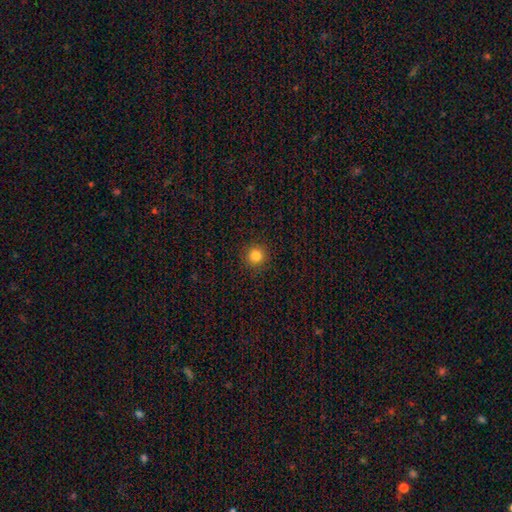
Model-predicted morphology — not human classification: type=smooth (84%); roundness=round (95%); merging=none (92%).